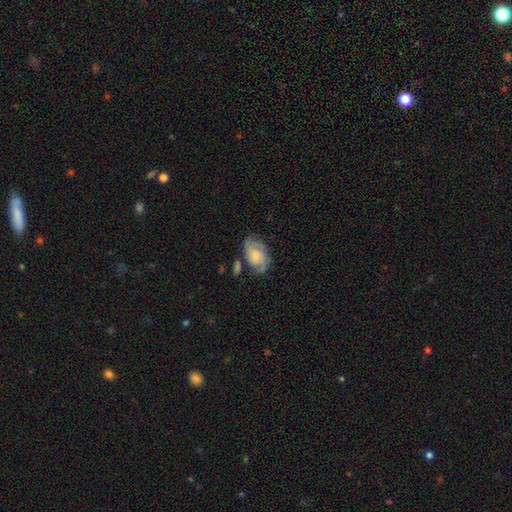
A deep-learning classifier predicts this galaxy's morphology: Smooth or featured?
  - featured or disk: 47% *
  - smooth: 46%
  - star or artifact: 8%
Merging?
  - none: 57% *
  - minor disturbance: 25%
  - major disturbance: 11%
  - merger: 8%